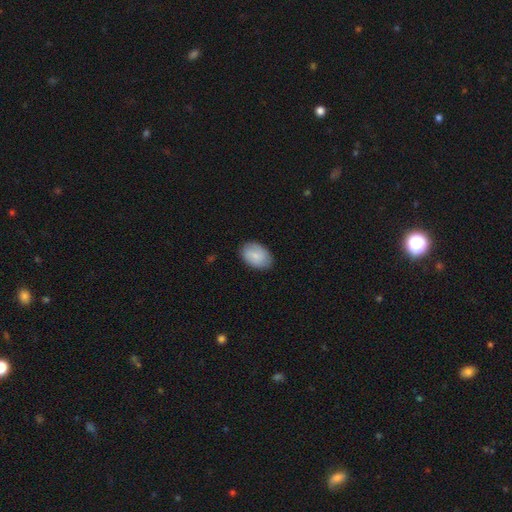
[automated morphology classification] type=smooth (80%); roundness=in between (87%); merging=none (83%).